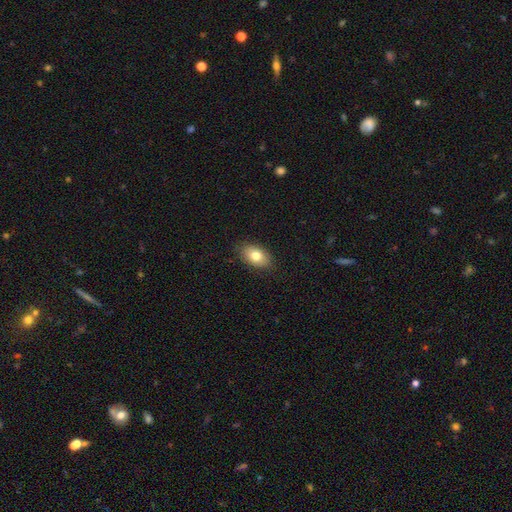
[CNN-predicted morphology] Smooth or featured? smooth (78%)
How rounded? in between (89%)
Merging? none (86%)